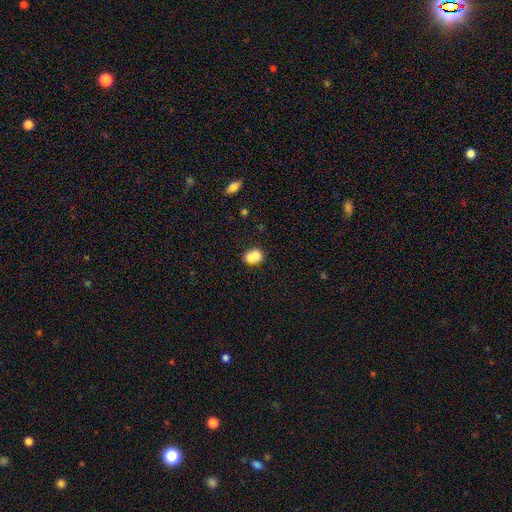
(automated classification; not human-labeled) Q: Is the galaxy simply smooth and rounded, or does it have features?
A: smooth — 74%.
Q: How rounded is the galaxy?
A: round — 53%.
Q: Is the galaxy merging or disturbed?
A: merger — 52%.